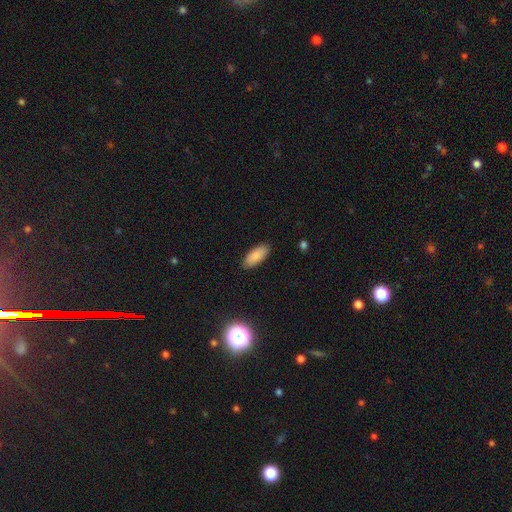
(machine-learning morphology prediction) The model was most divided on "how rounded": in between: 83%, cigar-shaped: 15%, round: 2%. More confident: merging — none (88%); smooth or featured — smooth (86%).